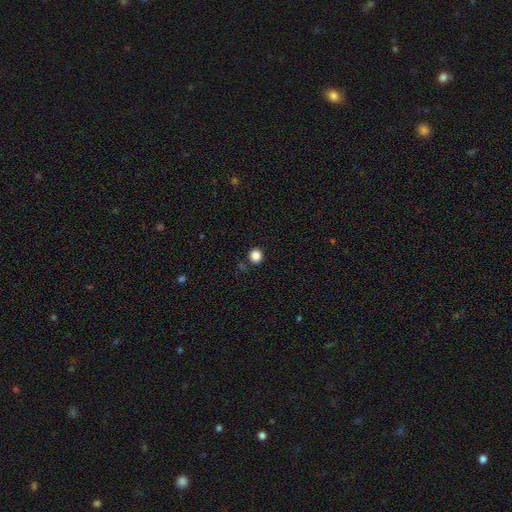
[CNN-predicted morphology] type=smooth (86%); roundness=round (93%); merging=none (90%).